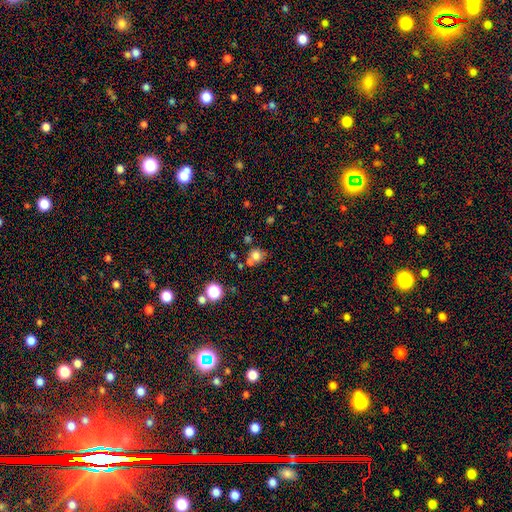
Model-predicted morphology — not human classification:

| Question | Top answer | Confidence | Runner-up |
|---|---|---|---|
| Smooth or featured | smooth | 73% | star or artifact (15%) |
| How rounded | round | 79% | in between (20%) |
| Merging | none | 53% | merger (26%) |